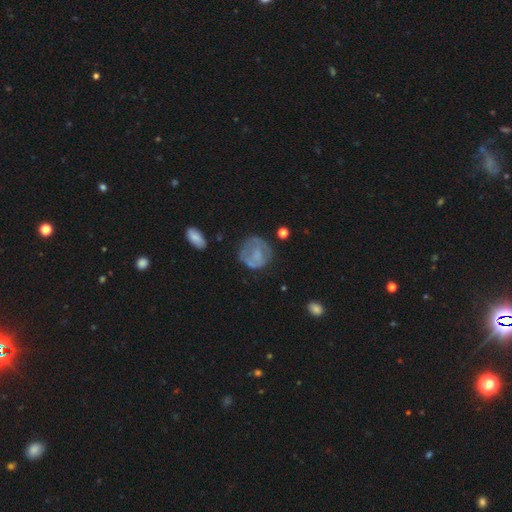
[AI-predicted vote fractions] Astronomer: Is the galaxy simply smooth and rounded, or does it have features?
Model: smooth — 50% (runner-up: featured or disk, 41%).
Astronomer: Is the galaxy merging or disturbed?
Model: none — 52%.